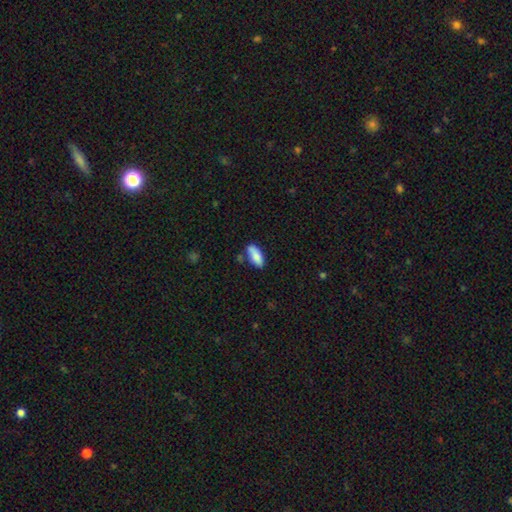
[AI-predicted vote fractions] Smooth or featured?
  - smooth: 83% *
  - featured or disk: 10%
  - star or artifact: 7%
How rounded?
  - in between: 81% *
  - cigar-shaped: 16%
  - round: 2%
Merging?
  - none: 69% *
  - minor disturbance: 19%
  - merger: 8%
  - major disturbance: 4%